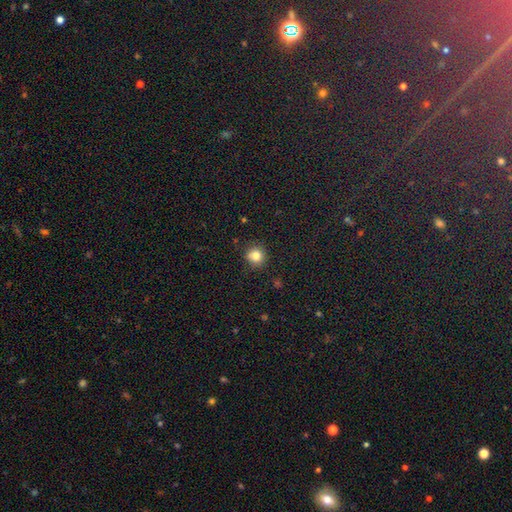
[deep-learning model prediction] smooth-or-featured: smooth: 82% | star or artifact: 12% | featured or disk: 6%
  how-rounded: round: 90% | in between: 9% | cigar-shaped: 1%
  merging: none: 86% | minor disturbance: 10% | major disturbance: 2% | merger: 2%